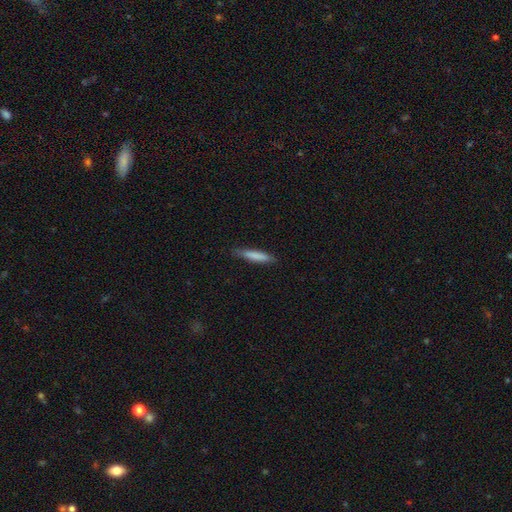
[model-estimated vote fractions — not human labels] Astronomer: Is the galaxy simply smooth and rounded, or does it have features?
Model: smooth — 78%.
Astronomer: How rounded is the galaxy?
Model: cigar-shaped — 89%.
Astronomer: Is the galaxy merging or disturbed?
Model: none — 83%.